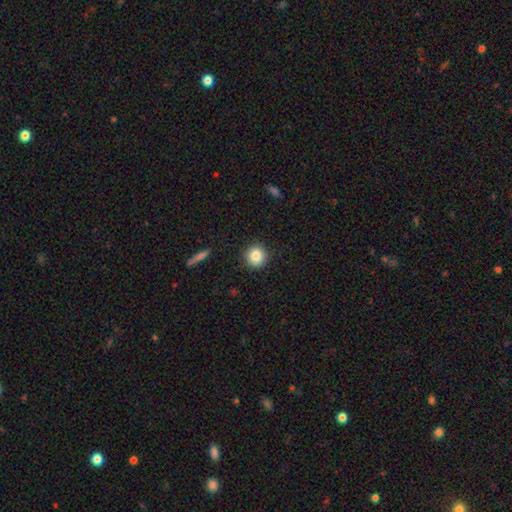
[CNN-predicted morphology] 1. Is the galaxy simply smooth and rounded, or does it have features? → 84% smooth, 9% star or artifact, 6% featured or disk.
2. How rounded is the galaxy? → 93% round, 6% in between, 1% cigar-shaped.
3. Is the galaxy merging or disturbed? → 90% none, 7% minor disturbance, 2% major disturbance, 1% merger.